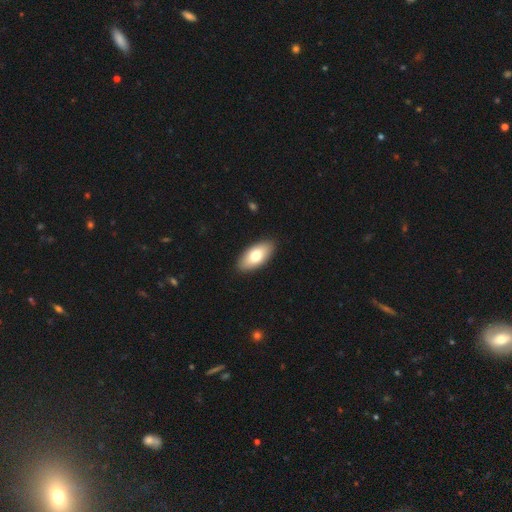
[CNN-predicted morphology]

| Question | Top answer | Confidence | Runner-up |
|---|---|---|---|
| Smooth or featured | smooth | 74% | featured or disk (21%) |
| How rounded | in between | 92% | cigar-shaped (5%) |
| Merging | none | 90% | minor disturbance (7%) |